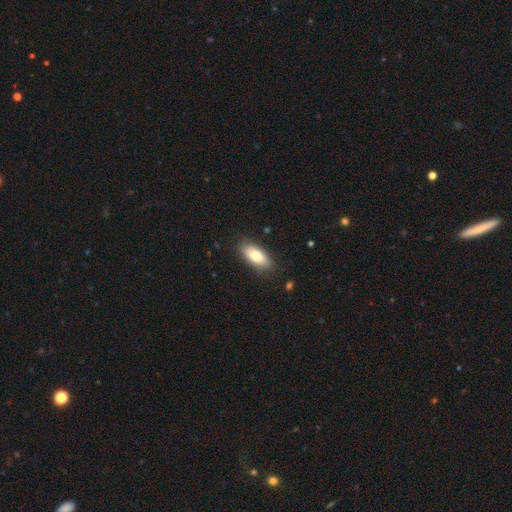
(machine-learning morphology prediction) Q: Smooth or featured?
A: smooth (82%); runner-up: featured or disk (12%)
Q: How rounded?
A: in between (84%); runner-up: cigar-shaped (13%)
Q: Merging?
A: none (84%); runner-up: minor disturbance (12%)